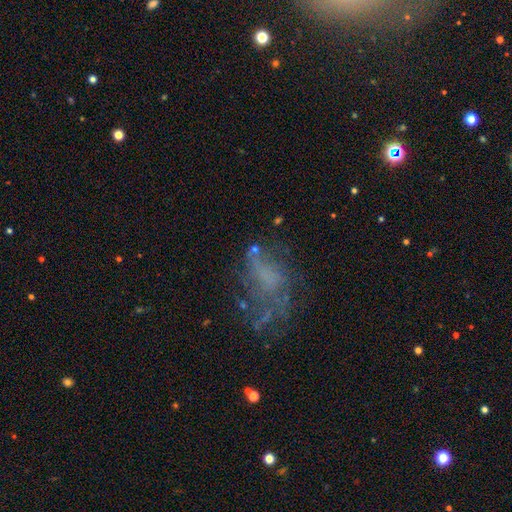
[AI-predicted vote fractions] A featured or disk galaxy (49%).

Vote fractions:
- Smooth or featured? featured or disk: 49% / smooth: 30% / star or artifact: 21%
- Merging? none: 40% / major disturbance: 36% / minor disturbance: 18% / merger: 6%